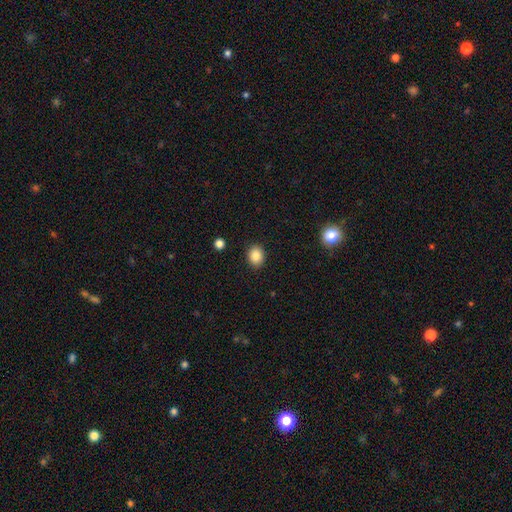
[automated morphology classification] This is clearly a smooth galaxy (85%). How rounded: possibly round (59%). Merging: clearly none (90%).